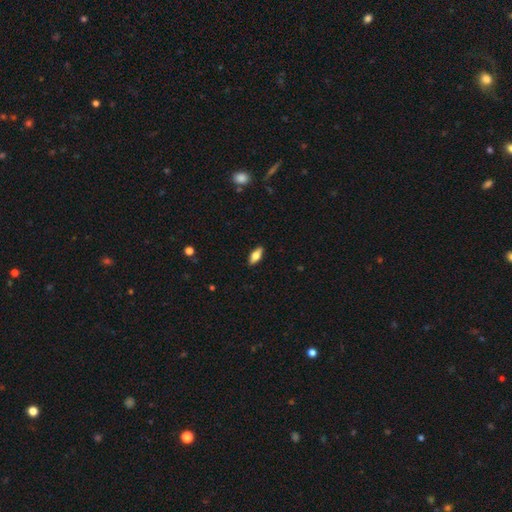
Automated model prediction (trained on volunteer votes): The model was most divided on "smooth or featured": smooth: 65%, featured or disk: 28%, star or artifact: 7%. More confident: merging — none (89%); how rounded — in between (79%).